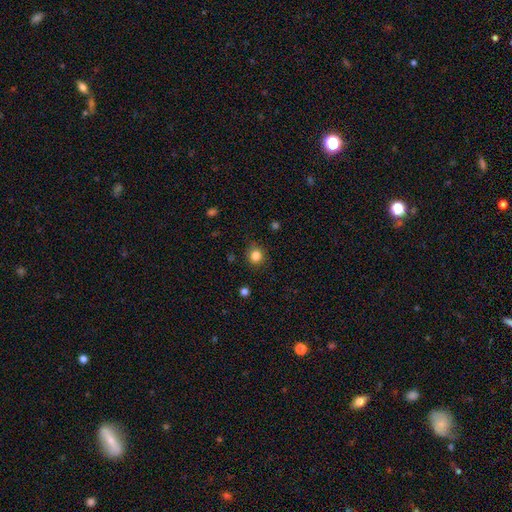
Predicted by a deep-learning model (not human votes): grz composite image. It shows a smooth galaxy with no disk features (84%) that is round (86%). Merging: none (85%).